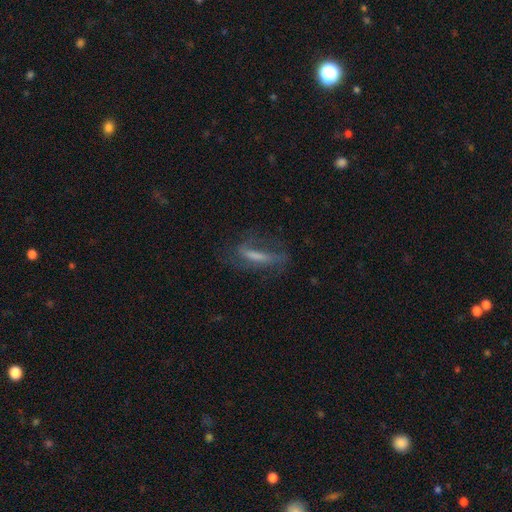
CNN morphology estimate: Smooth or featured? featured or disk (49%)
Merging? none (56%)